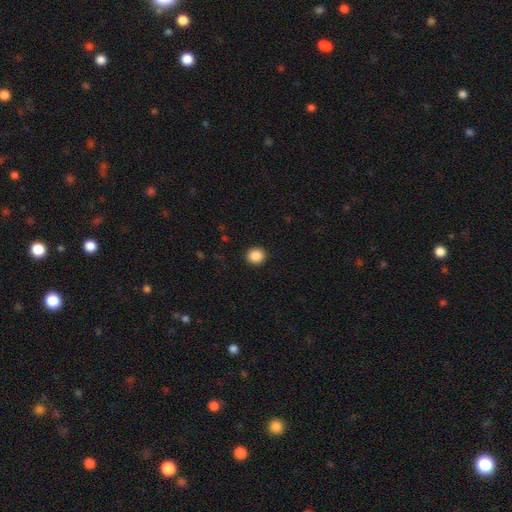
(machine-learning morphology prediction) smooth_or_featured: smooth (p=0.88) [alt: star or artifact p=0.09]
how_rounded: round (p=0.89) [alt: in between p=0.10]
merging: none (p=0.93) [alt: minor disturbance p=0.05]